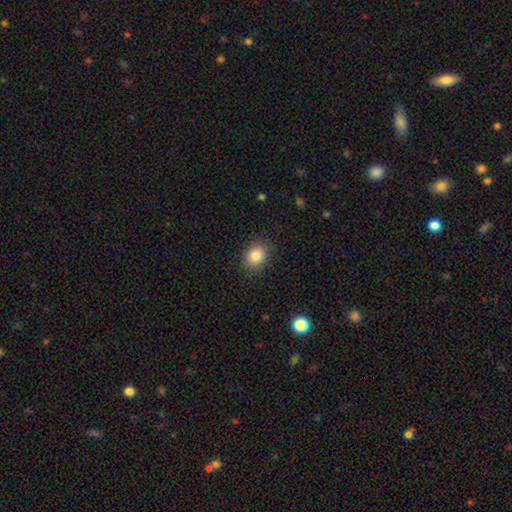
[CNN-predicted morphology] Q: Smooth or featured?
A: smooth (85%); runner-up: star or artifact (10%)
Q: How rounded?
A: round (56%); runner-up: in between (43%)
Q: Merging?
A: none (85%); runner-up: minor disturbance (11%)